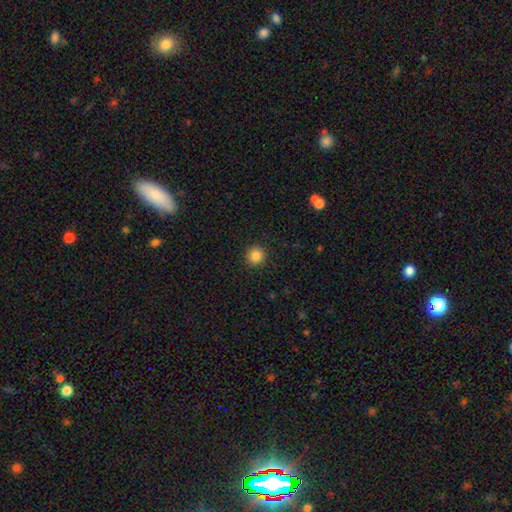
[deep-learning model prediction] Smooth or featured? Predicted: smooth (p=0.86). How rounded? Predicted: round (p=0.93). Merging? Predicted: none (p=0.92).